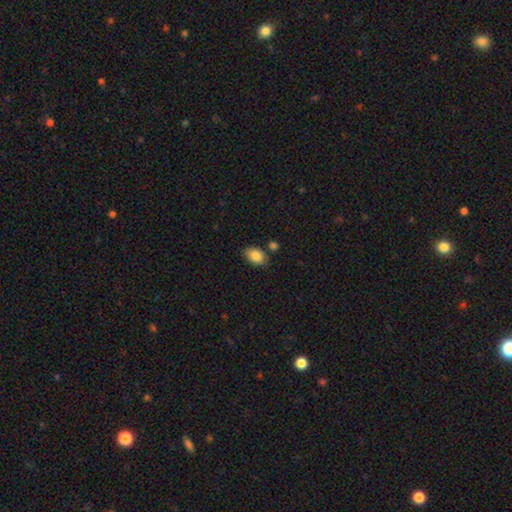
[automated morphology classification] smooth 86%, star or artifact 7%, featured or disk 6%. Down the decision tree: how rounded — in between (88%); merging — none (73%).